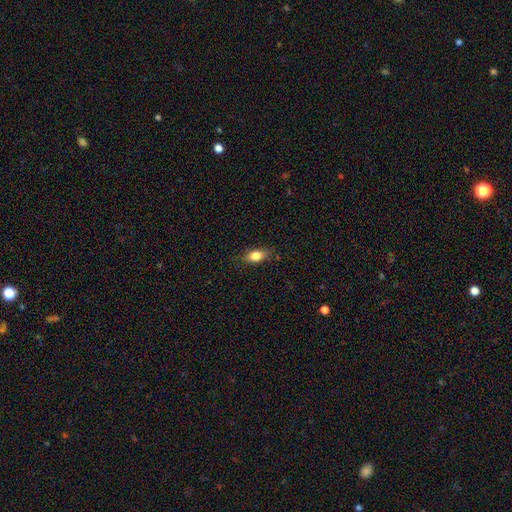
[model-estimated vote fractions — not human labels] This is likely a smooth galaxy (79%). How rounded: clearly in between (81%). Merging: clearly none (83%).